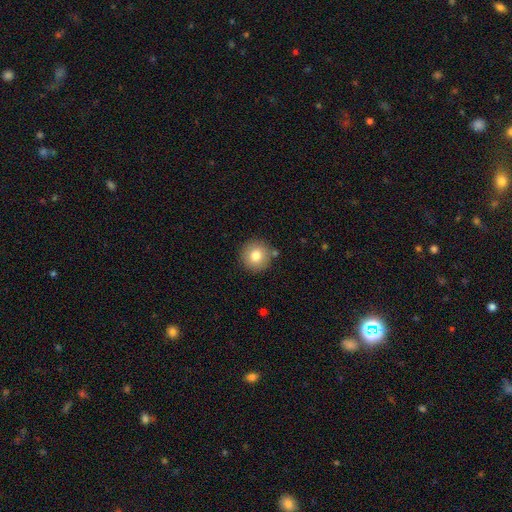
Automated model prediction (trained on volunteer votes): smooth 80%, featured or disk 11%, star or artifact 10%. Down the decision tree: how rounded — round (95%); merging — none (85%).